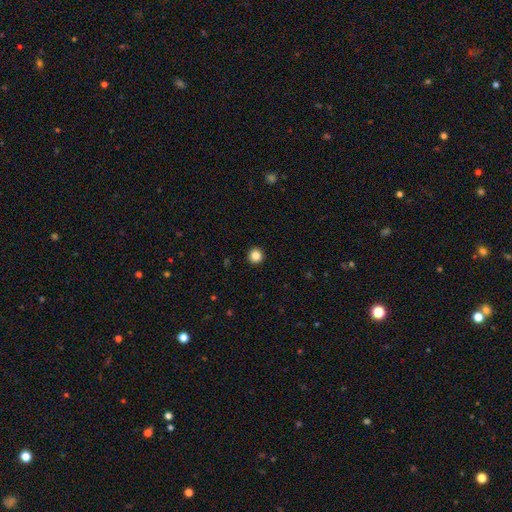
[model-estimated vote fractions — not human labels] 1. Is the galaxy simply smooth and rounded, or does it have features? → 85% smooth, 11% star or artifact, 4% featured or disk.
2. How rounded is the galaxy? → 96% round, 3% in between, 1% cigar-shaped.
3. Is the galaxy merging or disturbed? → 94% none, 4% minor disturbance, 1% major disturbance, 1% merger.